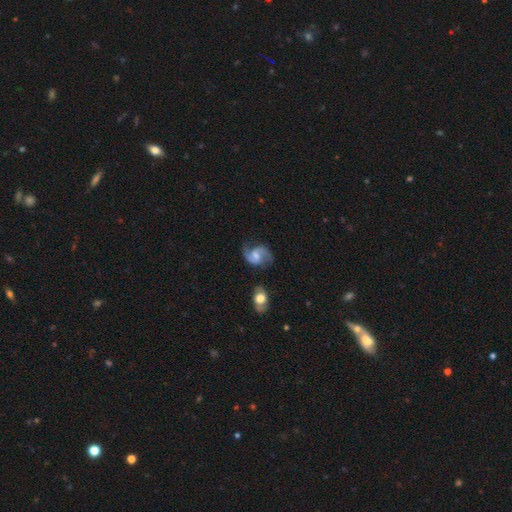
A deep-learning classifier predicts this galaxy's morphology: Smooth or featured? Predicted: featured or disk (p=0.88). Edge-on disk? Predicted: no (p=0.98). Bar? Predicted: weak (p=0.48). Spiral arms? Predicted: yes (p=0.97). Spiral winding? Predicted: medium (p=0.54). Spiral arm count? Predicted: 2 (p=0.93). Bulge size? Predicted: moderate (p=0.48). Merging? Predicted: none (p=0.76).